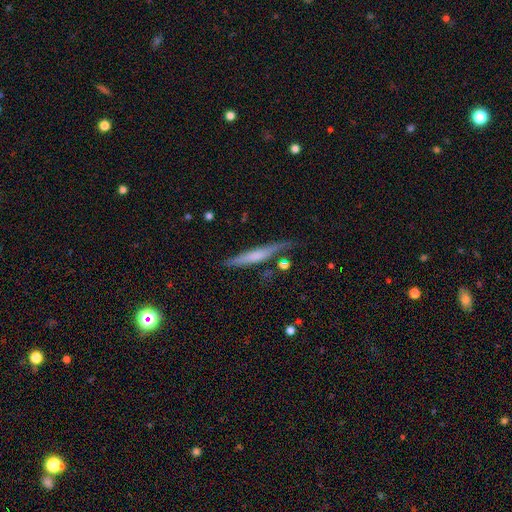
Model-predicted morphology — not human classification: smooth-or-featured: smooth: 52% | featured or disk: 42% | star or artifact: 6%
  how-rounded: cigar-shaped: 92% | in between: 6% | round: 2%
  merging: none: 65% | minor disturbance: 23% | major disturbance: 7% | merger: 5%